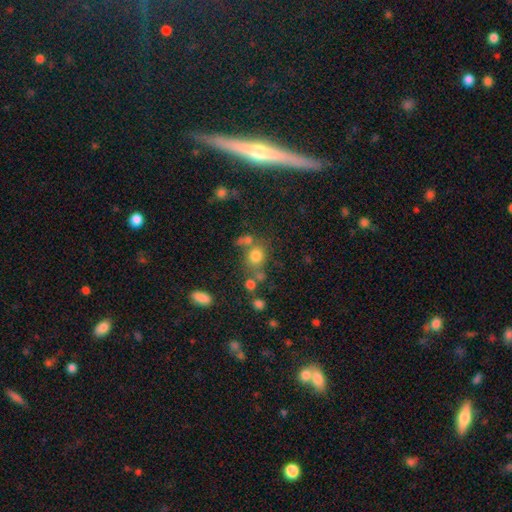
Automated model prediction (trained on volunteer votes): Q: Smooth or featured?
A: smooth (74%); runner-up: star or artifact (15%)
Q: How rounded?
A: round (75%); runner-up: in between (24%)
Q: Merging?
A: none (57%); runner-up: merger (23%)